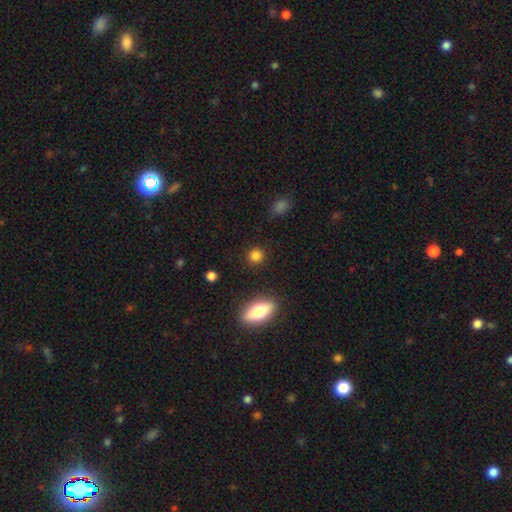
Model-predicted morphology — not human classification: Smooth or featured? Predicted: smooth (p=0.84). How rounded? Predicted: round (p=0.86). Merging? Predicted: none (p=0.88).